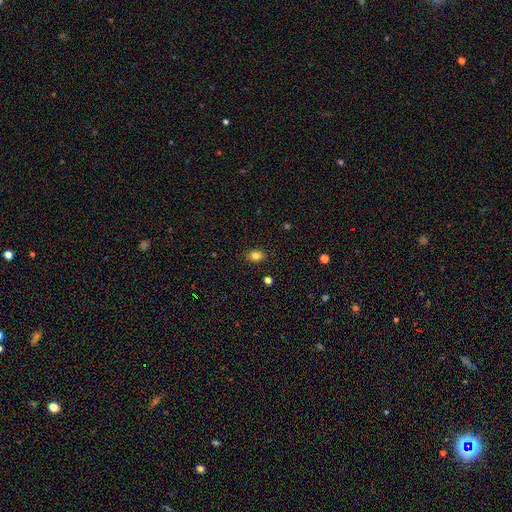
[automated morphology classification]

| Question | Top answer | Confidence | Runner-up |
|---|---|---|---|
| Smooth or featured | smooth | 83% | star or artifact (11%) |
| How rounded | in between | 73% | round (26%) |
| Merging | none | 88% | minor disturbance (9%) |